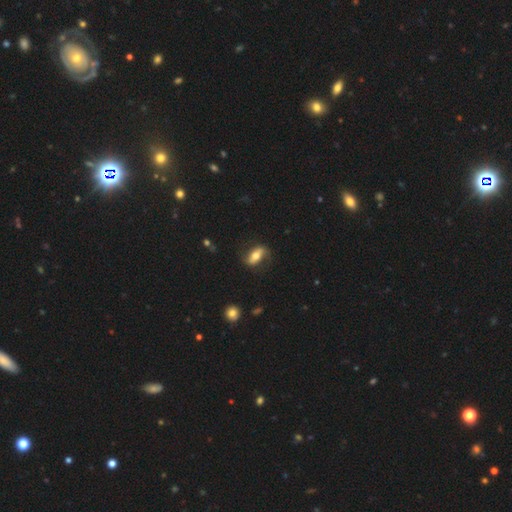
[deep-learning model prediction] Smooth or featured? featured or disk (51%)
Edge-on disk? no (82%)
Merging? none (72%)